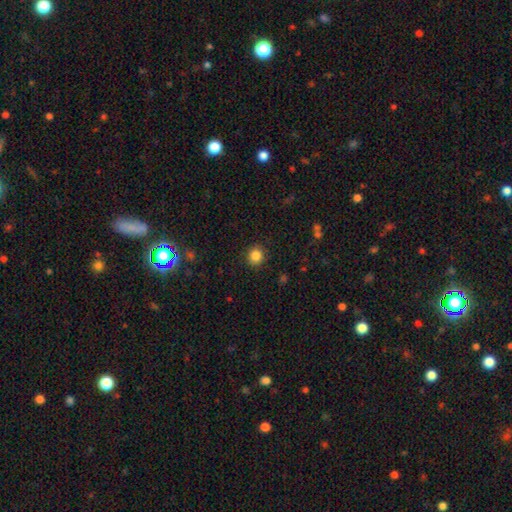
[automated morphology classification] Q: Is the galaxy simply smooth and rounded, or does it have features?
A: smooth — 85%.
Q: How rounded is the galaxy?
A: round — 89%.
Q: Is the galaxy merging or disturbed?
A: none — 91%.